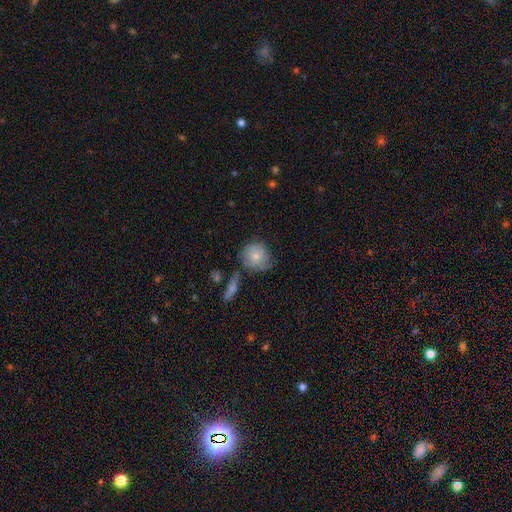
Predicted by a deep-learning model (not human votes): Q: Smooth or featured?
A: smooth (68%); runner-up: featured or disk (25%)
Q: How rounded?
A: round (84%); runner-up: in between (15%)
Q: Merging?
A: none (54%); runner-up: minor disturbance (29%)